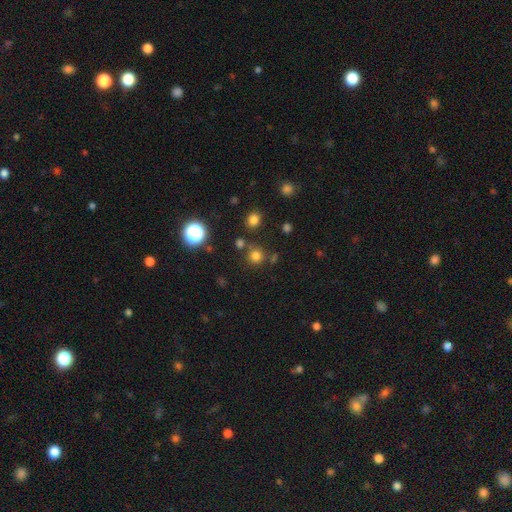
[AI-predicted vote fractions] Smooth or featured: smooth — 73% (star or artifact — 21%)
How rounded: round — 91% (in between — 8%)
Merging: none — 77% (merger — 10%)